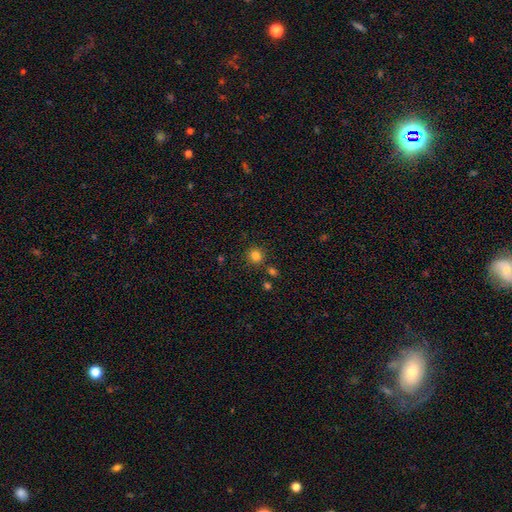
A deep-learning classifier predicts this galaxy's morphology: The model was most divided on "smooth or featured": smooth: 82%, star or artifact: 13%, featured or disk: 5%. More confident: how rounded — round (92%); merging — none (85%).